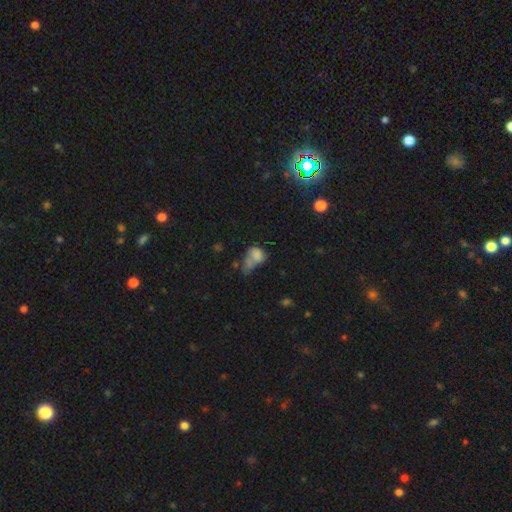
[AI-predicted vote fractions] smooth-or-featured: smooth: 71% | featured or disk: 16% | star or artifact: 13%
  how-rounded: in between: 69% | round: 29% | cigar-shaped: 2%
  merging: merger: 36% | major disturbance: 25% | none: 20% | minor disturbance: 19%